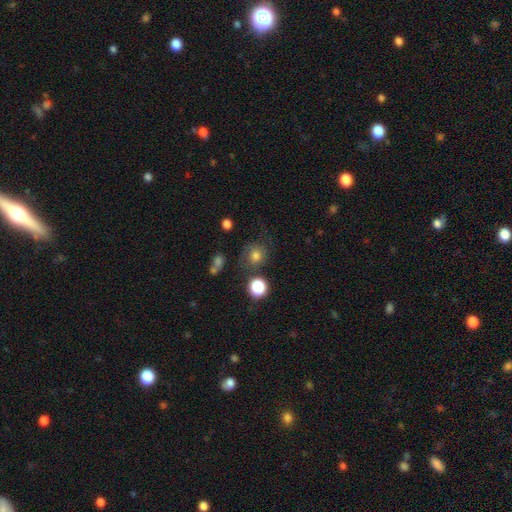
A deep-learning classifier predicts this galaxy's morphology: Q: Smooth or featured?
A: smooth (71%); runner-up: star or artifact (16%)
Q: How rounded?
A: round (80%); runner-up: in between (19%)
Q: Merging?
A: none (64%); runner-up: minor disturbance (19%)